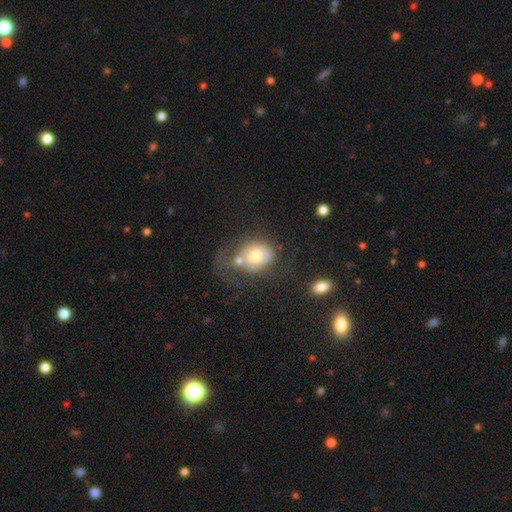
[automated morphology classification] smooth-or-featured: smooth: 64% | featured or disk: 27% | star or artifact: 9%
  how-rounded: round: 59% | in between: 40% | cigar-shaped: 1%
  merging: none: 30% | merger: 28% | major disturbance: 25% | minor disturbance: 17%